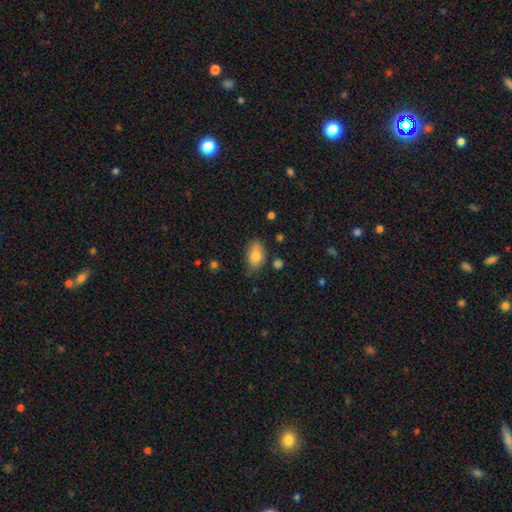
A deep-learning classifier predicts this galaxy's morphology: A smooth galaxy with no disk features (81%) that is in between round and cigar-shaped (87%).

Vote fractions:
- Smooth or featured? smooth: 81% / featured or disk: 11% / star or artifact: 8%
- How rounded? in between: 87% / round: 11% / cigar-shaped: 2%
- Merging? none: 71% / minor disturbance: 21% / major disturbance: 4% / merger: 3%